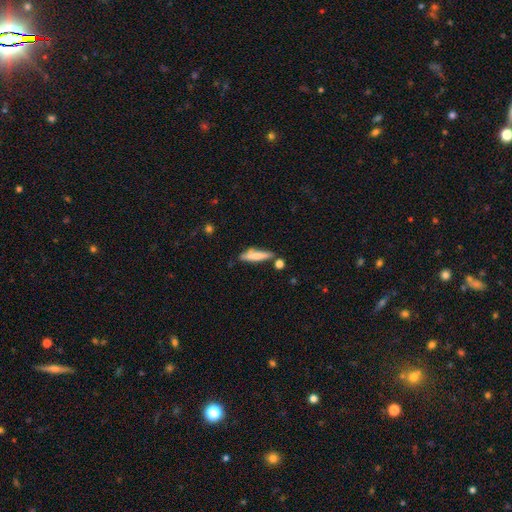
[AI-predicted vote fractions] Q: Smooth or featured?
A: smooth (69%); runner-up: featured or disk (24%)
Q: How rounded?
A: cigar-shaped (80%); runner-up: in between (18%)
Q: Merging?
A: none (60%); runner-up: minor disturbance (22%)